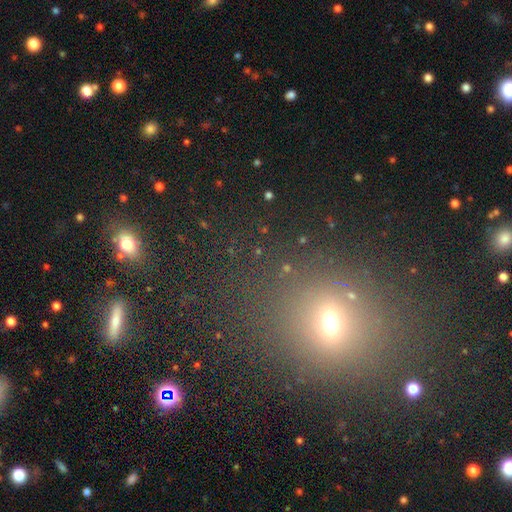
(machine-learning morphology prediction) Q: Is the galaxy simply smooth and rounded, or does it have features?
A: smooth — 45%.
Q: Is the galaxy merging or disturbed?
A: none — 80%.